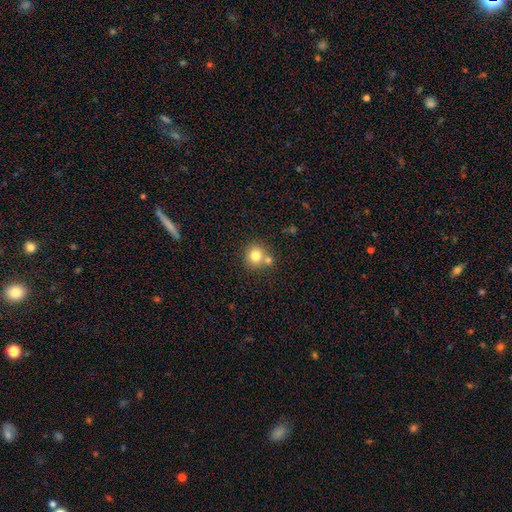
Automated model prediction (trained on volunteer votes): A smooth galaxy with no disk features (78%) that is round (90%).

Vote fractions:
- Smooth or featured? smooth: 78% / star or artifact: 12% / featured or disk: 10%
- How rounded? round: 90% / in between: 10% / cigar-shaped: 1%
- Merging? none: 60% / merger: 28% / minor disturbance: 9% / major disturbance: 3%